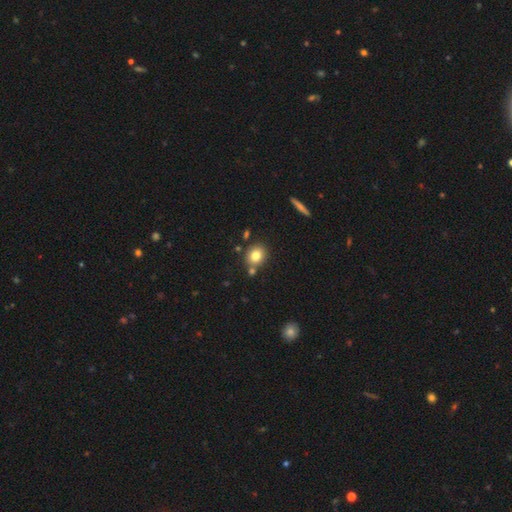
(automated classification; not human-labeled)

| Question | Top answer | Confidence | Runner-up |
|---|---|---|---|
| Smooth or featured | smooth | 79% | star or artifact (11%) |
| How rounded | round | 71% | in between (28%) |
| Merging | none | 74% | merger (13%) |